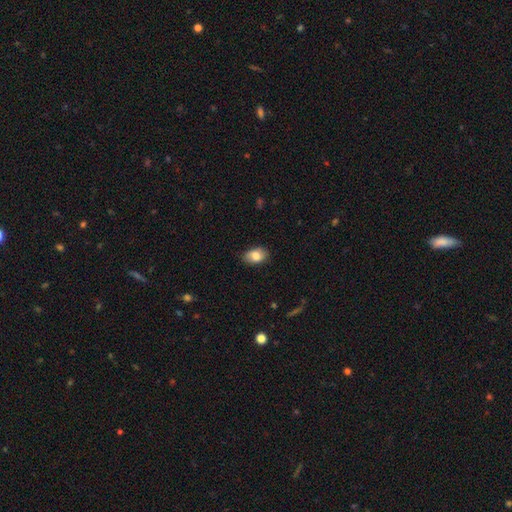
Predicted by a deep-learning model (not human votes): Smooth or featured?
  - smooth: 80% *
  - featured or disk: 13%
  - star or artifact: 7%
How rounded?
  - in between: 88% *
  - round: 11%
  - cigar-shaped: 1%
Merging?
  - none: 82% *
  - minor disturbance: 15%
  - major disturbance: 2%
  - merger: 1%